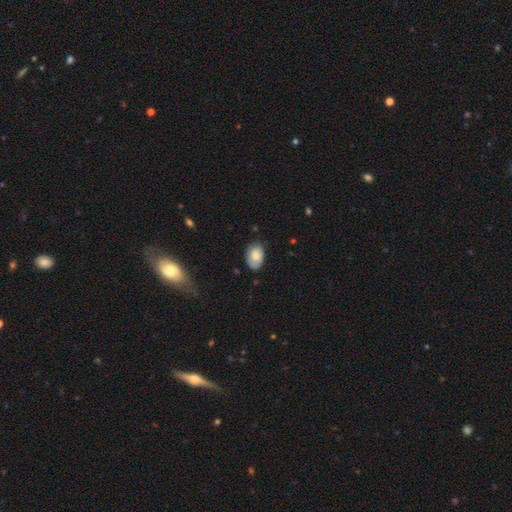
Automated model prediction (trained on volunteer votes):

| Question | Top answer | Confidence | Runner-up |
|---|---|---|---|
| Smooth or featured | smooth | 80% | featured or disk (13%) |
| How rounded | in between | 87% | round (12%) |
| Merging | none | 68% | minor disturbance (25%) |